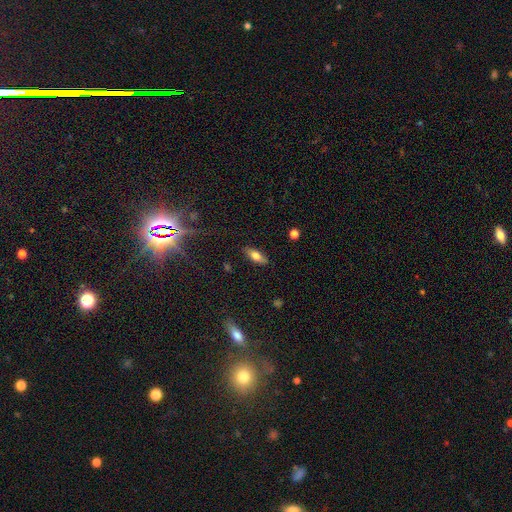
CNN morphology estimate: A smooth galaxy with no disk features (71%) that is in between round and cigar-shaped (75%). Merging: none (86%).